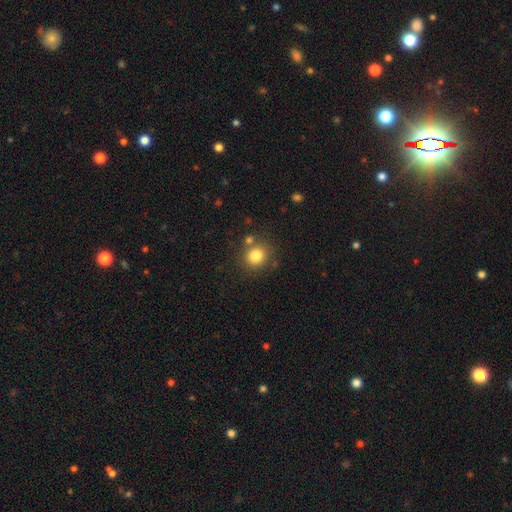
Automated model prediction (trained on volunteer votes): This appears to be a smooth galaxy with no disk features (81%) that is round (83%). Merging: none (78%).